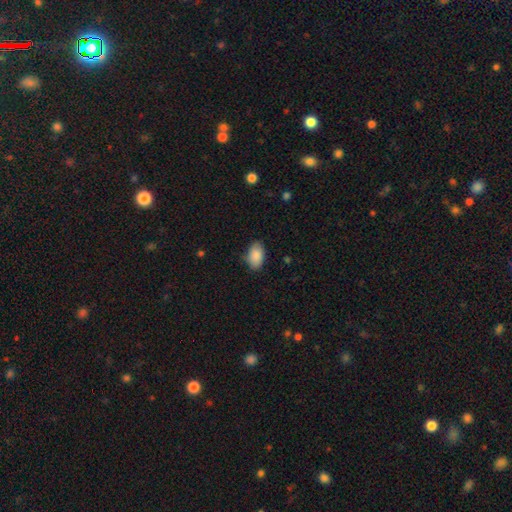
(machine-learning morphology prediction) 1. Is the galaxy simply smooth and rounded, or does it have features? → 89% smooth, 7% star or artifact, 4% featured or disk.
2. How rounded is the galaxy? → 92% in between, 6% round, 1% cigar-shaped.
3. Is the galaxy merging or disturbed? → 82% none, 14% minor disturbance, 3% major disturbance, 1% merger.